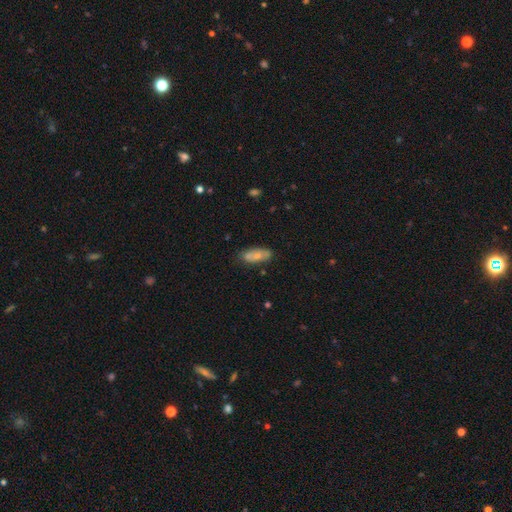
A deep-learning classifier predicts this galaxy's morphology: A smooth galaxy with no disk features (66%) that is in between round and cigar-shaped (72%). Merging: none (65%).